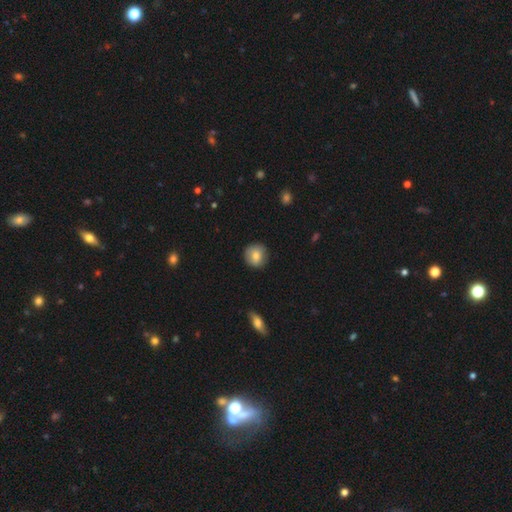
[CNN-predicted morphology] type=smooth (78%); roundness=round (91%); merging=none (85%).